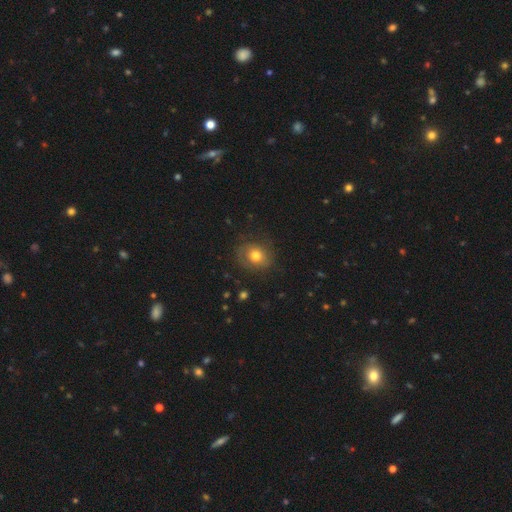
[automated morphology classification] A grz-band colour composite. It shows a smooth galaxy with no disk features (67%) that is round (69%). Merging: none (75%).